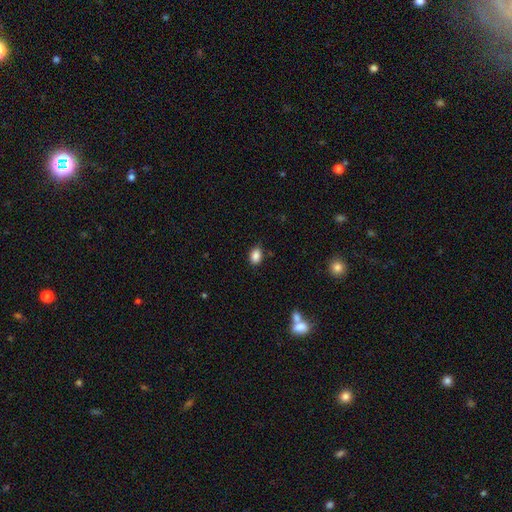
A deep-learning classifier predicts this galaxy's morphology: This appears to be a smooth galaxy with no disk features (87%) that is in between round and cigar-shaped (79%). Merging: none (82%).